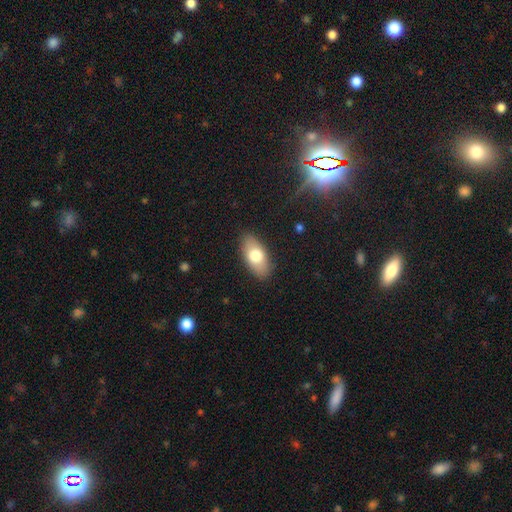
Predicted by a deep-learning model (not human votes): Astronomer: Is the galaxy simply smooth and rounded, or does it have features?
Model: smooth — 73%.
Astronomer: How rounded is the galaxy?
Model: in between — 90%.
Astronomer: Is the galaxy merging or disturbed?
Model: none — 87%.